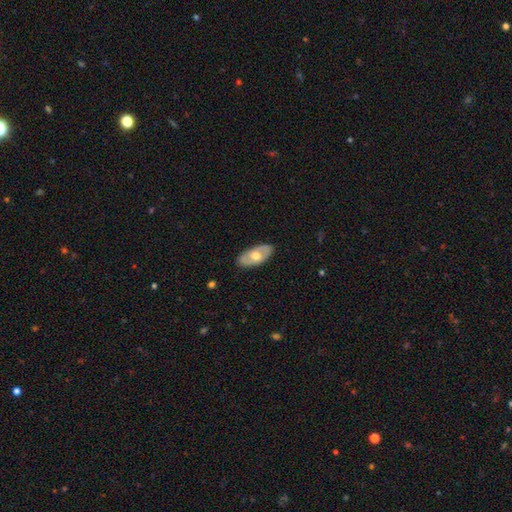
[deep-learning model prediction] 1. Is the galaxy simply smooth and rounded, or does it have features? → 50% featured or disk, 46% smooth, 5% star or artifact.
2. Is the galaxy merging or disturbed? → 84% none, 12% minor disturbance, 3% major disturbance, 1% merger.